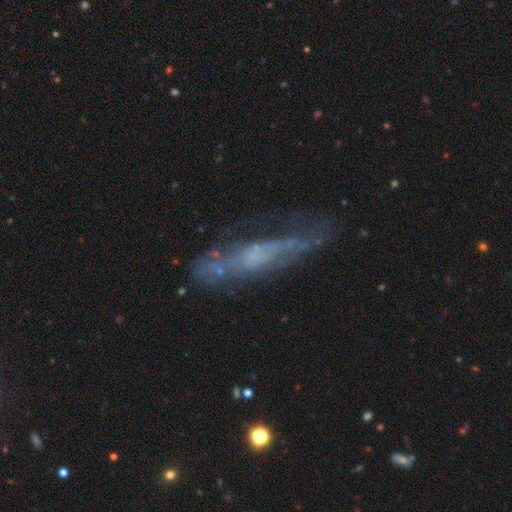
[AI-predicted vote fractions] This is likely a featured or disk galaxy (63%). It is possibly viewed edge-on (54%). Merging: possibly none (56%).